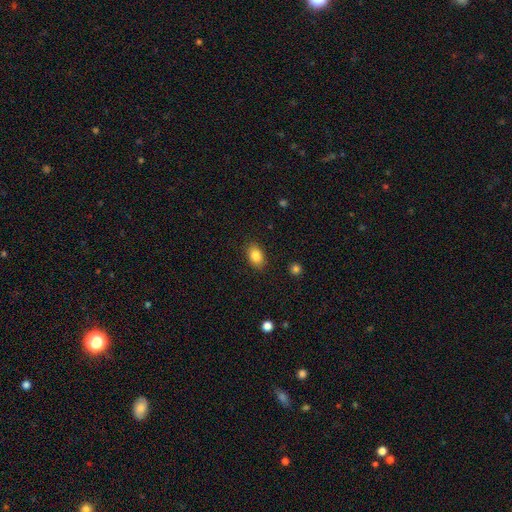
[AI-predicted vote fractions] Overall: smooth (85%). How rounded: in between (85%). Merging: none (87%).